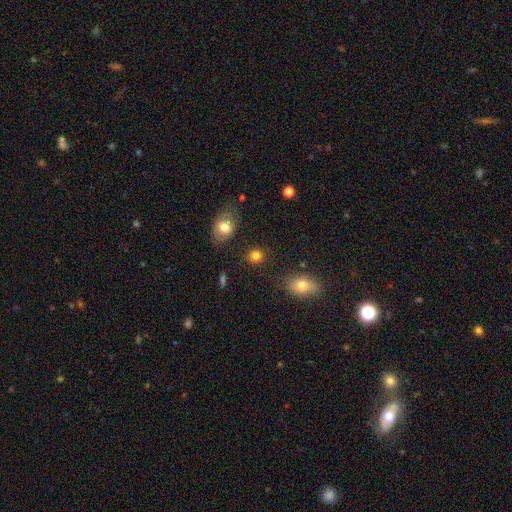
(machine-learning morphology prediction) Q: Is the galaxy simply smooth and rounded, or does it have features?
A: smooth — 84%.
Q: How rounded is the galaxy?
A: round — 81%.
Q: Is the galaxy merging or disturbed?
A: none — 86%.